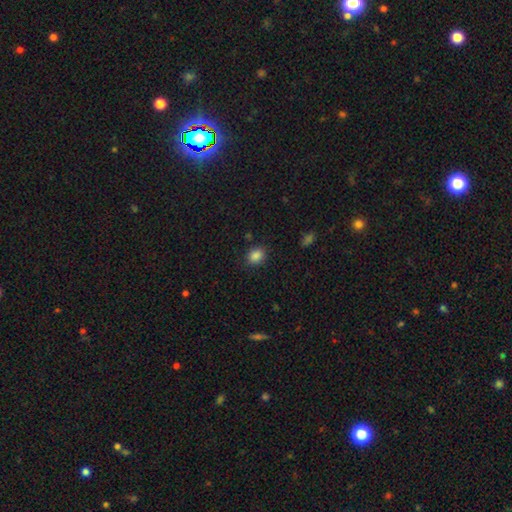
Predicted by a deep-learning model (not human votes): This is clearly a smooth galaxy (86%). How rounded: possibly in between (56%). Merging: clearly none (85%).